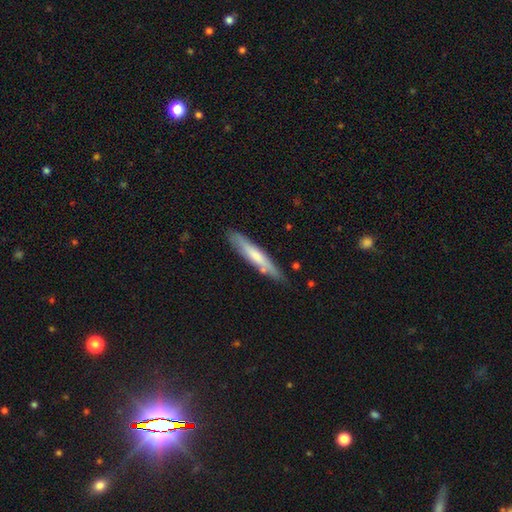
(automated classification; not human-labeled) This is possibly a smooth galaxy (57%). How rounded: clearly cigar-shaped (91%). Merging: clearly none (81%).